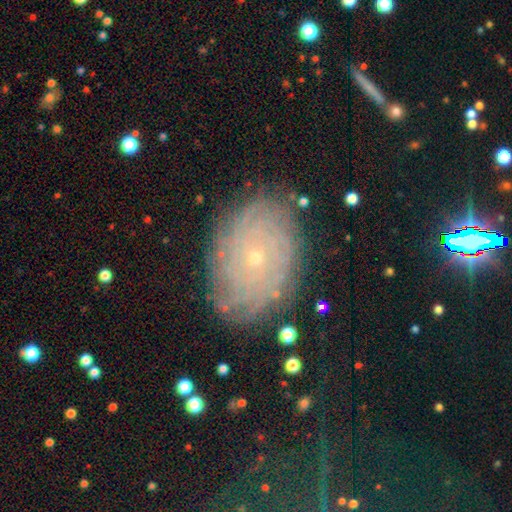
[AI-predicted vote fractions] smooth_or_featured: featured or disk (p=0.75) [alt: smooth p=0.15]
disk_edge_on: no (p=0.96) [alt: yes p=0.04]
bar: no (p=0.84) [alt: weak p=0.13]
has_spiral_arms: yes (p=0.91) [alt: no p=0.09]
spiral_winding: tight (p=0.85) [alt: medium p=0.11]
spiral_arm_count: can't tell (p=0.42) [alt: more than 4 p=0.25]
bulge_size: small (p=0.82) [alt: moderate p=0.15]
merging: none (p=0.83) [alt: minor disturbance p=0.12]